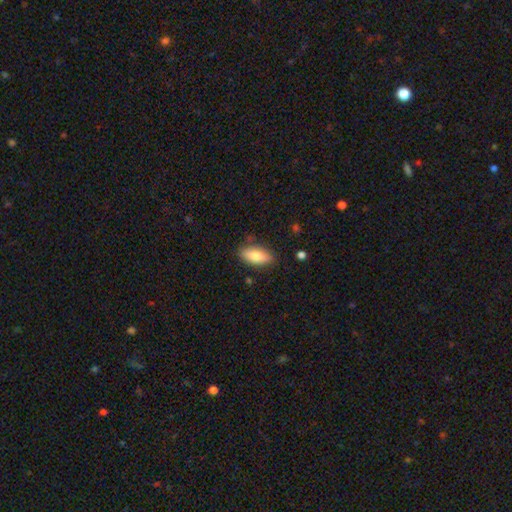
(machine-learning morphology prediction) Smooth or featured: smooth — 79% (featured or disk — 15%)
How rounded: in between — 85% (cigar-shaped — 12%)
Merging: none — 82% (minor disturbance — 14%)